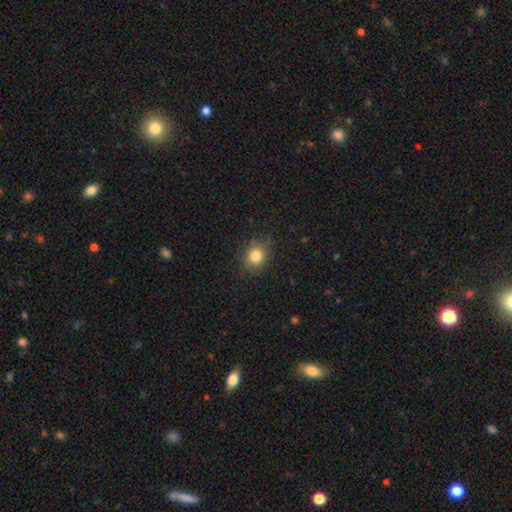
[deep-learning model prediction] smooth-or-featured: smooth: 81% | star or artifact: 12% | featured or disk: 7%
  how-rounded: round: 61% | in between: 38% | cigar-shaped: 1%
  merging: none: 81% | minor disturbance: 15% | major disturbance: 4% | merger: 1%